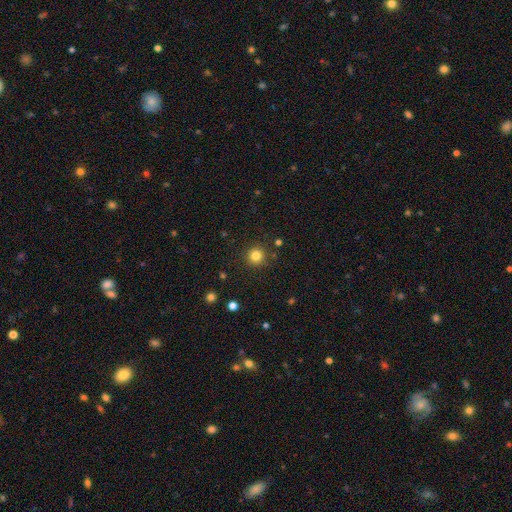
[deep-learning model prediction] smooth 81%, star or artifact 13%, featured or disk 6%. Down the decision tree: how rounded — round (95%); merging — none (89%).